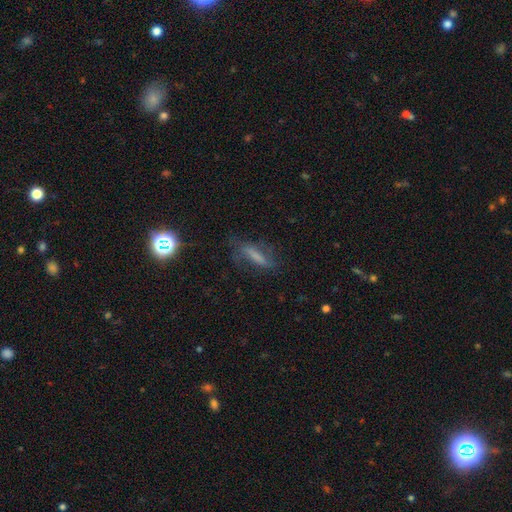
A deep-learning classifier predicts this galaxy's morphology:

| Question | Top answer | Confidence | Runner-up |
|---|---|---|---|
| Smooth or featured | smooth | 44% | featured or disk (36%) |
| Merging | none | 66% | minor disturbance (20%) |